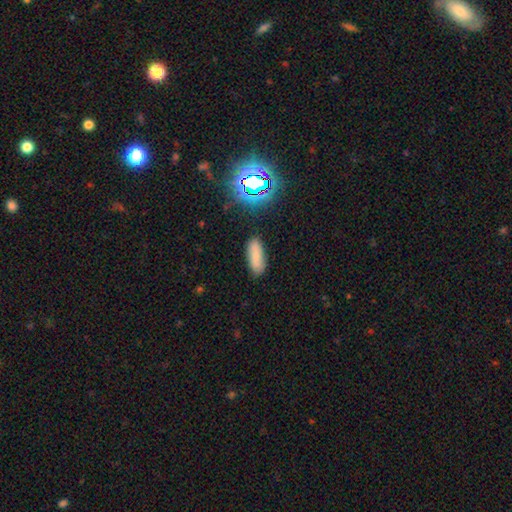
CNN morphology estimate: The model was most divided on "how rounded": in between: 70%, cigar-shaped: 27%, round: 3%. More confident: merging — none (81%); smooth or featured — smooth (74%).